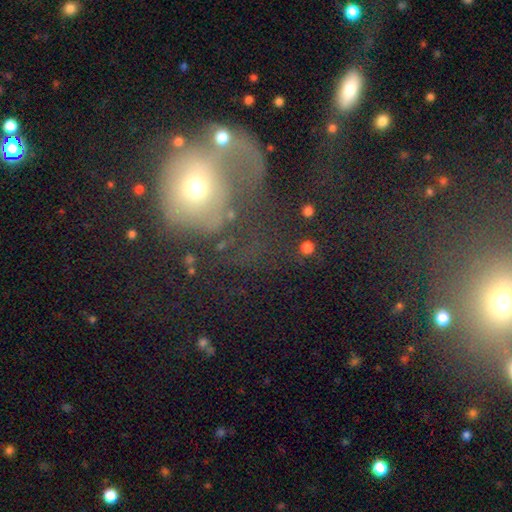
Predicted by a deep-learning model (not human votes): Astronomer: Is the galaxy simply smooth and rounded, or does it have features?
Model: smooth — 49% (runner-up: featured or disk, 31%).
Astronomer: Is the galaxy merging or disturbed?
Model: major disturbance — 47% (runner-up: none, 26%).